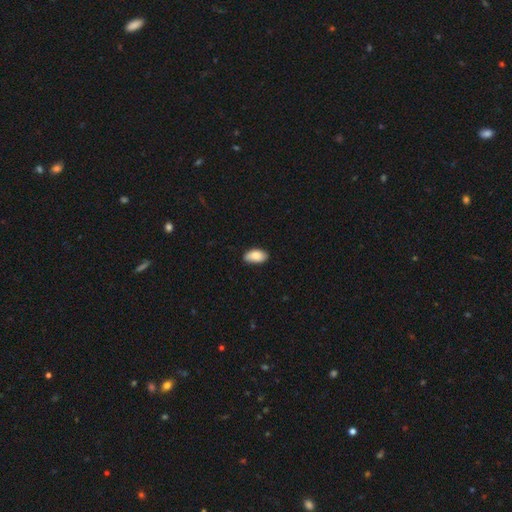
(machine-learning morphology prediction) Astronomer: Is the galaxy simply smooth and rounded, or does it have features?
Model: smooth — 86%.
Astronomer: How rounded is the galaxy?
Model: in between — 94%.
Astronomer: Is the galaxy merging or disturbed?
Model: none — 80%.